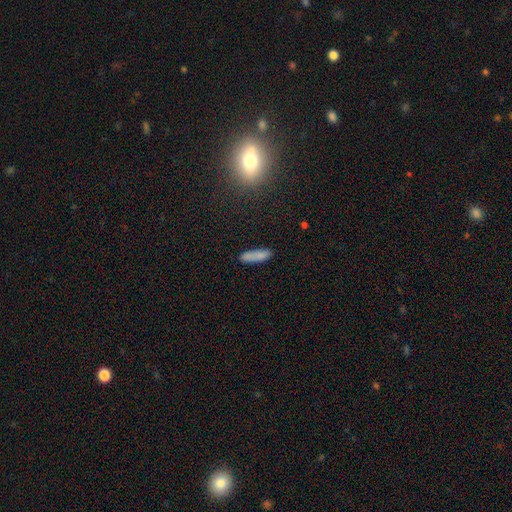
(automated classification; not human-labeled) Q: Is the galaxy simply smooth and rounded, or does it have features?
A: smooth — 82%.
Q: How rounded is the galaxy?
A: cigar-shaped — 51%.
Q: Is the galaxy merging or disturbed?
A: none — 78%.